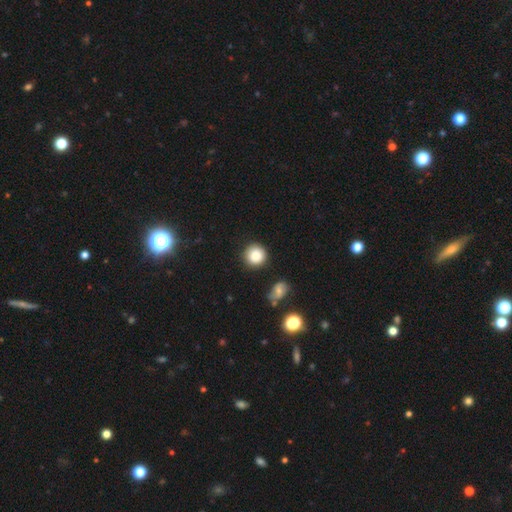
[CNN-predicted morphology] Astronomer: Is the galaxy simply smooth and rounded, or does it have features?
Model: smooth — 85%.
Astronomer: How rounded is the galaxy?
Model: round — 92%.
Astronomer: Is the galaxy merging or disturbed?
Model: none — 85%.